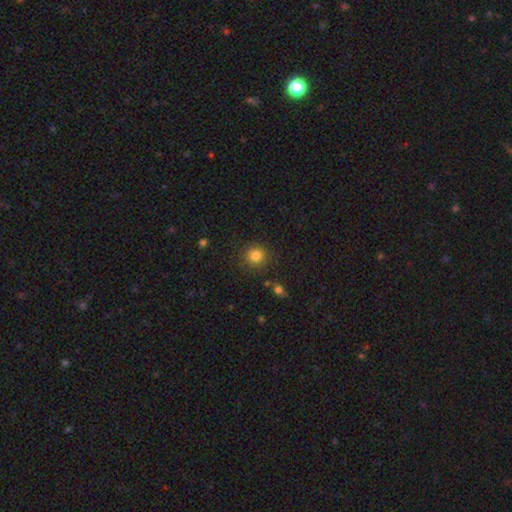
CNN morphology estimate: Smooth or featured? smooth (82%)
How rounded? round (92%)
Merging? none (88%)